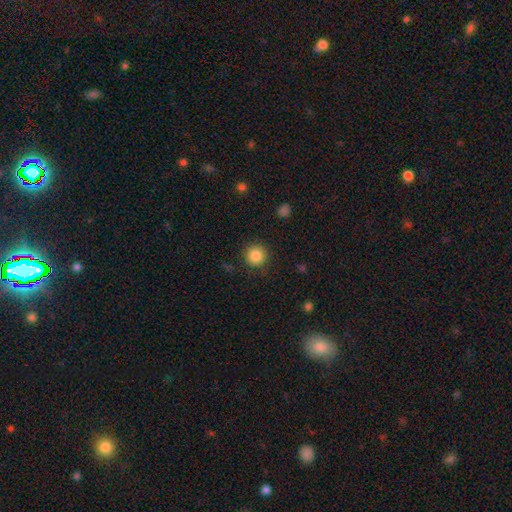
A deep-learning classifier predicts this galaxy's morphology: A smooth galaxy with no disk features (85%) that is round (94%). Merging: none (88%).